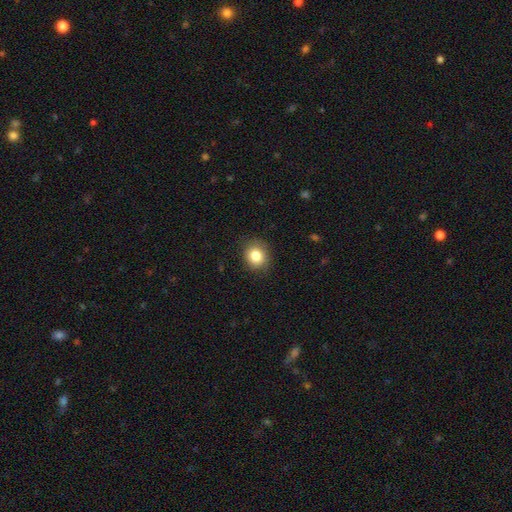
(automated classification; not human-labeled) Smooth or featured? smooth (83%)
How rounded? round (74%)
Merging? none (84%)